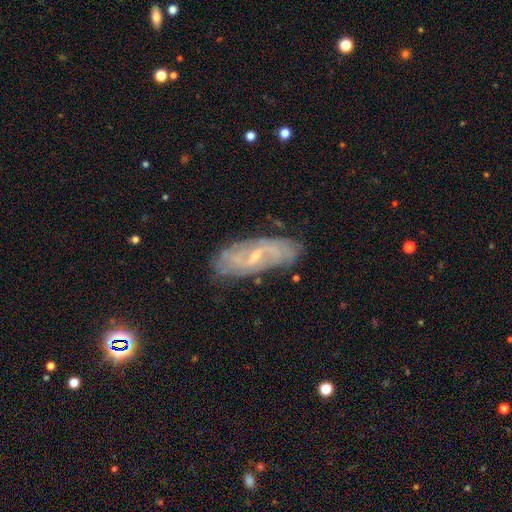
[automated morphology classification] The model was most divided on "spiral arm count" (2-way tie): can't tell: 40%, 2: 40%, 3: 8%, 4: 5%, 1: 4%, more than 4: 4%. Remaining: spiral arms — yes (87%); edge-on disk — no (87%); merging — none (76%); smooth or featured — featured or disk (74%); bulge size — small (67%); bar — weak (54%); spiral winding — tight (43%).